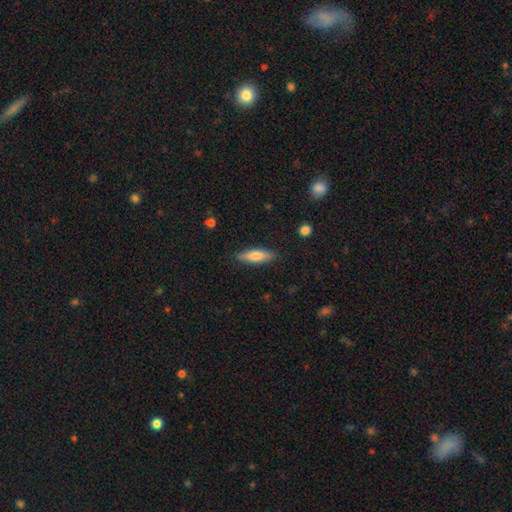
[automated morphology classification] Smooth or featured? Predicted: smooth (p=0.69). How rounded? Predicted: cigar-shaped (p=0.65). Merging? Predicted: none (p=0.86).